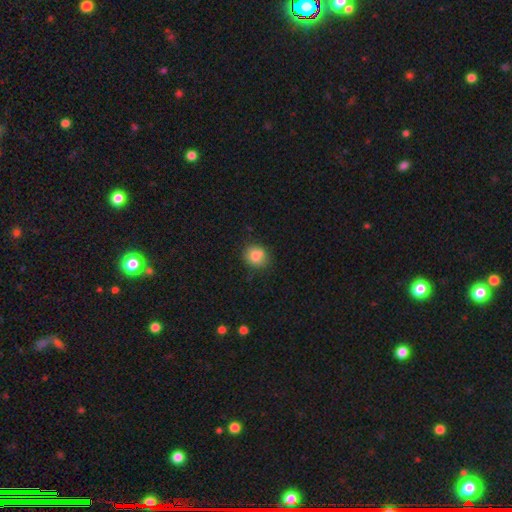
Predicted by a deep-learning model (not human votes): The model was most divided on "merging": none: 70%, minor disturbance: 20%, merger: 6%, major disturbance: 4%. More confident: smooth or featured — smooth (80%); how rounded — round (77%).